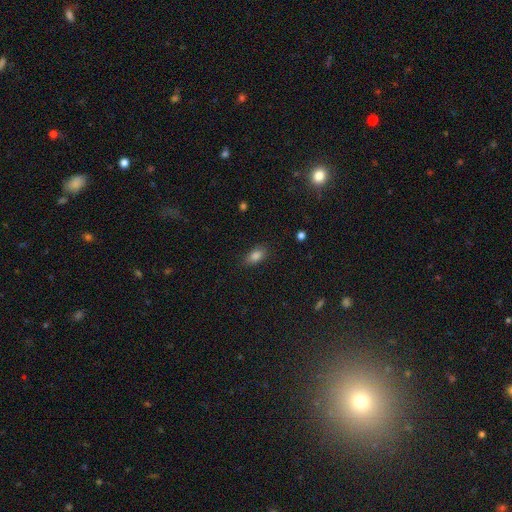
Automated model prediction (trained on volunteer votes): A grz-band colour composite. It shows a smooth galaxy with no disk features (82%) that is in between round and cigar-shaped (86%). Merging: none (83%).